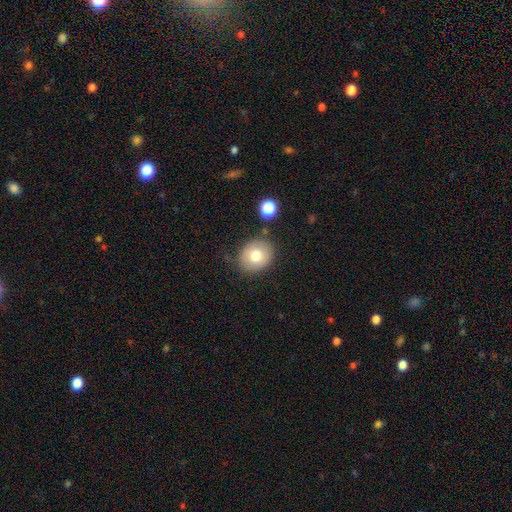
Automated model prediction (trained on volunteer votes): A smooth galaxy with no disk features (75%) that is round (67%). Merging: none (77%).